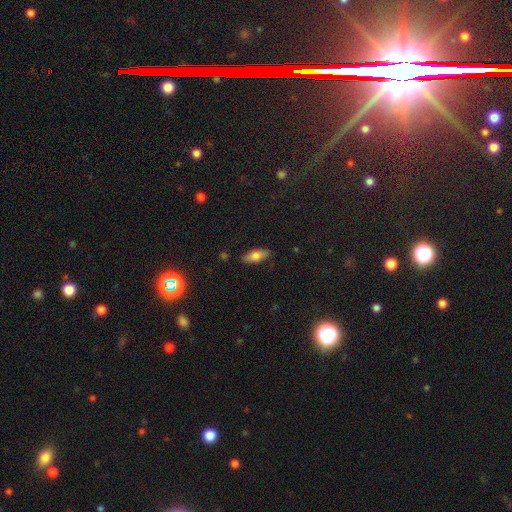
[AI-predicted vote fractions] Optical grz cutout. It shows a smooth galaxy with no disk features (73%) that is in between round and cigar-shaped (75%). Merging: none (87%).